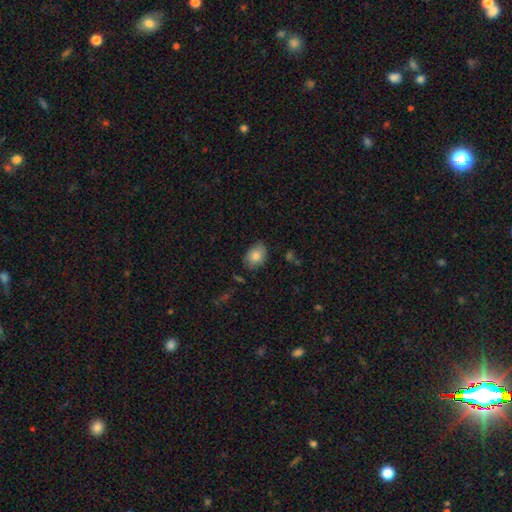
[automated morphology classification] Smooth or featured: smooth — 82% (featured or disk — 10%)
How rounded: in between — 74% (round — 25%)
Merging: none — 75% (minor disturbance — 20%)